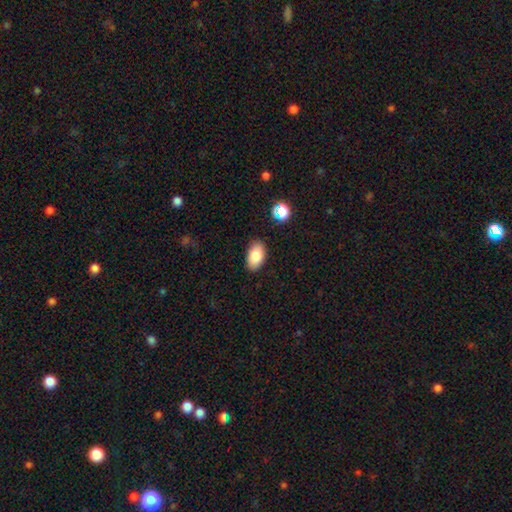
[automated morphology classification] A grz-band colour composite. It shows a smooth galaxy with no disk features (82%) that is in between round and cigar-shaped (93%). Merging: none (87%).